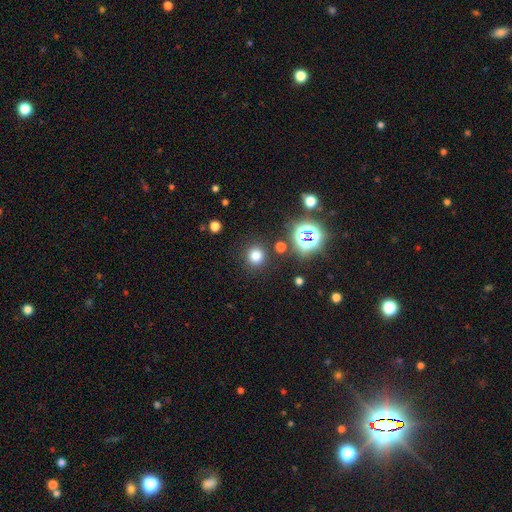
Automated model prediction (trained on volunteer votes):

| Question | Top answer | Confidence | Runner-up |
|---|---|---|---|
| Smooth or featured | smooth | 73% | star or artifact (22%) |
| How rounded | round | 92% | in between (7%) |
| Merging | none | 87% | minor disturbance (7%) |